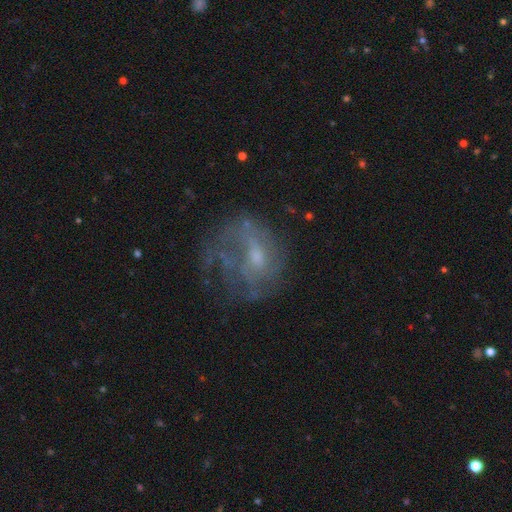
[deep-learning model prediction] smooth_or_featured: featured or disk (p=0.63) [alt: smooth p=0.24]
disk_edge_on: no (p=0.97) [alt: yes p=0.03]
bar: no (p=0.60) [alt: weak p=0.34]
has_spiral_arms: no (p=0.51) [alt: yes p=0.49]
bulge_size: small (p=0.45) [alt: moderate p=0.38]
merging: none (p=0.45) [alt: major disturbance p=0.32]